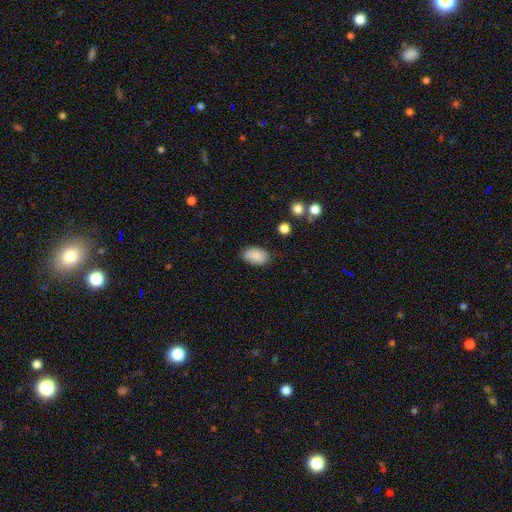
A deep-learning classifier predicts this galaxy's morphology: Smooth or featured? Predicted: smooth (p=0.86). How rounded? Predicted: in between (p=0.92). Merging? Predicted: none (p=0.84).